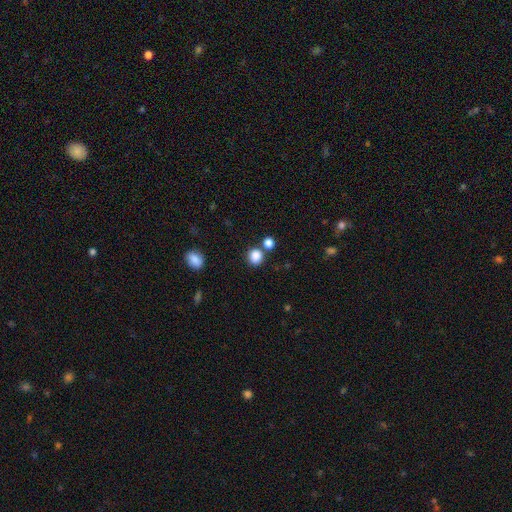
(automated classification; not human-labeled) This appears to be a smooth galaxy with no disk features (85%) that is round (79%). Merging: none (72%).